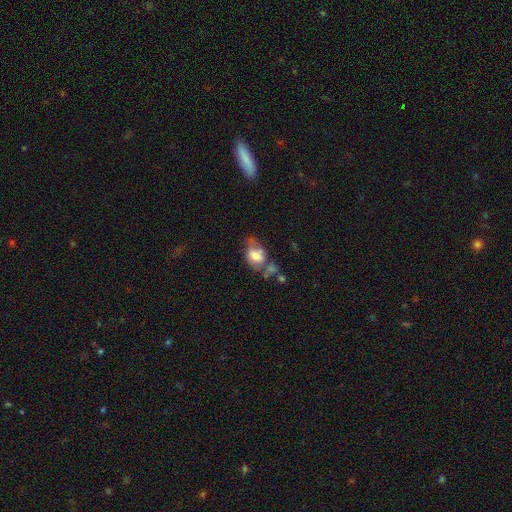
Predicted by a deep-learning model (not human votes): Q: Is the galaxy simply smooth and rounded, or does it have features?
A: smooth — 63%.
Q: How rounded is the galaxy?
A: in between — 72%.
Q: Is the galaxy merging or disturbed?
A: none — 30%.